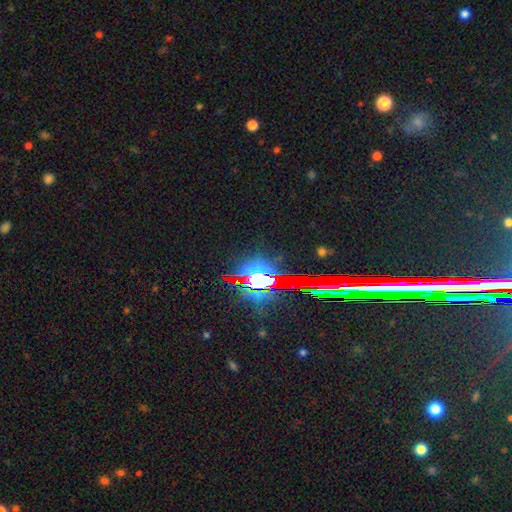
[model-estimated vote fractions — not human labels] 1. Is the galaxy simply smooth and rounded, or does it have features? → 82% star or artifact, 9% featured or disk, 9% smooth.